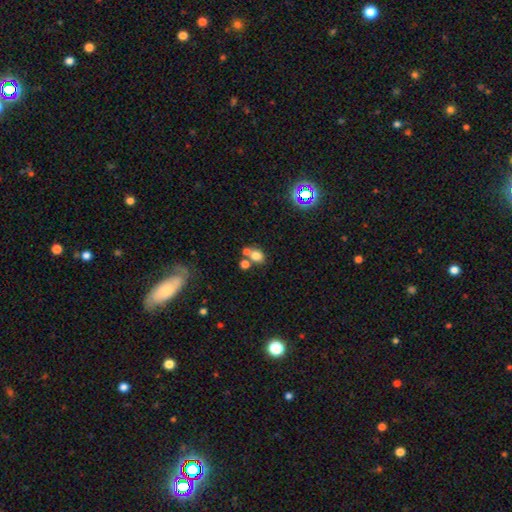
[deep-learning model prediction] smooth-or-featured: smooth: 75% | star or artifact: 15% | featured or disk: 10%
  how-rounded: round: 56% | in between: 43% | cigar-shaped: 1%
  merging: none: 50% | merger: 35% | minor disturbance: 10% | major disturbance: 5%